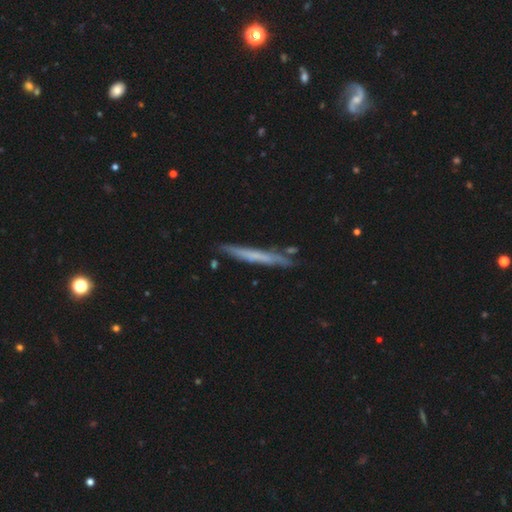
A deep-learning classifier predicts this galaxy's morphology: Smooth or featured: smooth — 49% (featured or disk — 45%)
Merging: none — 82% (minor disturbance — 13%)